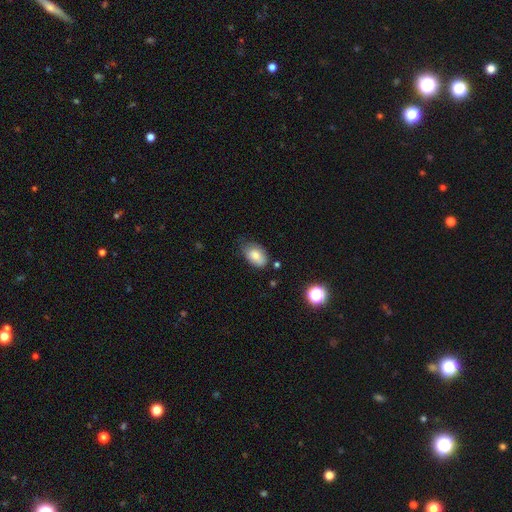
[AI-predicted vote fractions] Smooth or featured: smooth — 80% (featured or disk — 12%)
How rounded: in between — 88% (round — 11%)
Merging: none — 62% (minor disturbance — 30%)